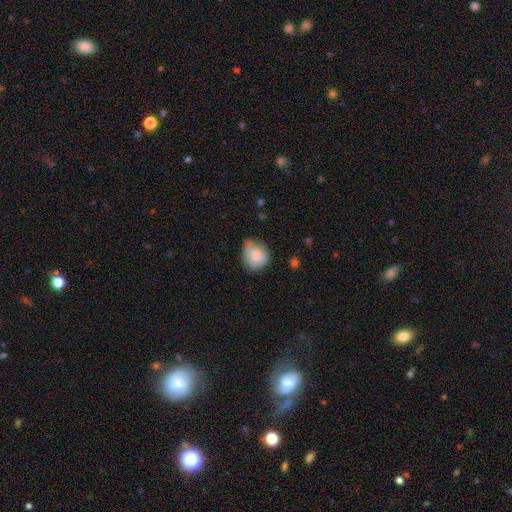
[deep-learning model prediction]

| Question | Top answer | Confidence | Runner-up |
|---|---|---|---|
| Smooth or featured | smooth | 80% | featured or disk (12%) |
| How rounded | round | 63% | in between (36%) |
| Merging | none | 48% | minor disturbance (39%) |